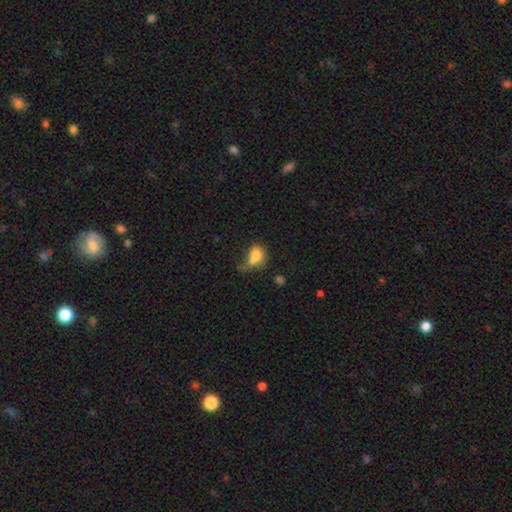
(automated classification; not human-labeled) This is likely a smooth galaxy (77%). How rounded: likely in between (62%). Merging: marginally none (26%).